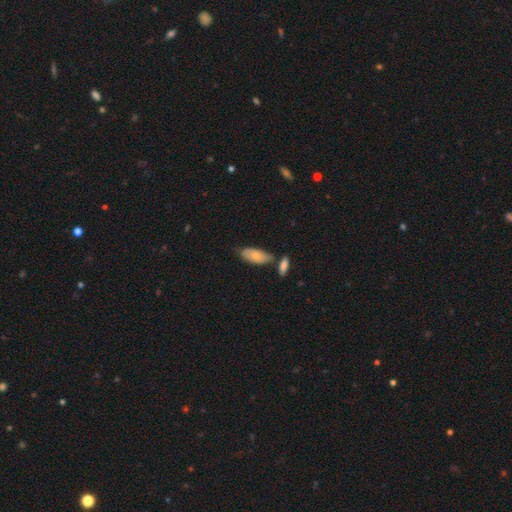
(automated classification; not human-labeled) Overall: smooth (71%). How rounded: in between (88%). Merging: none (58%; minor disturbance 21%).